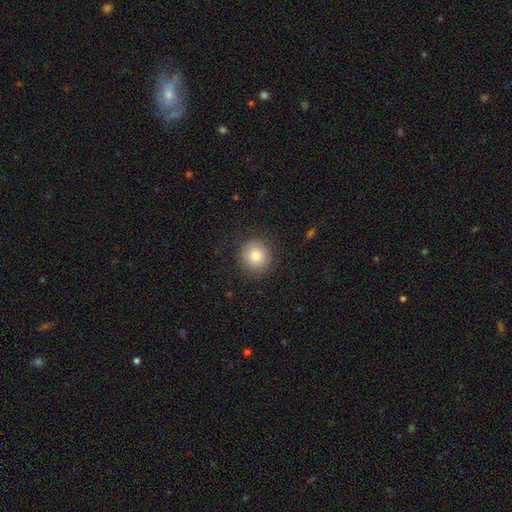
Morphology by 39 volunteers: Smooth or featured?
  - smooth: 90% *
  - featured or disk: 5%
  - star or artifact: 5%
How rounded?
  - round: 89% *
  - in between: 11%
  - cigar-shaped: 0%
Merging?
  - none: 73% *
  - minor disturbance: 19%
  - major disturbance: 5%
  - merger: 3%